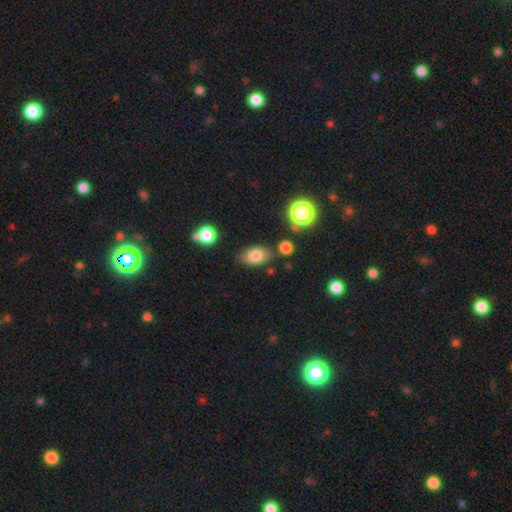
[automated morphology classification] smooth 79%, featured or disk 12%, star or artifact 10%. Down the decision tree: how rounded — in between (87%); merging — none (76%).